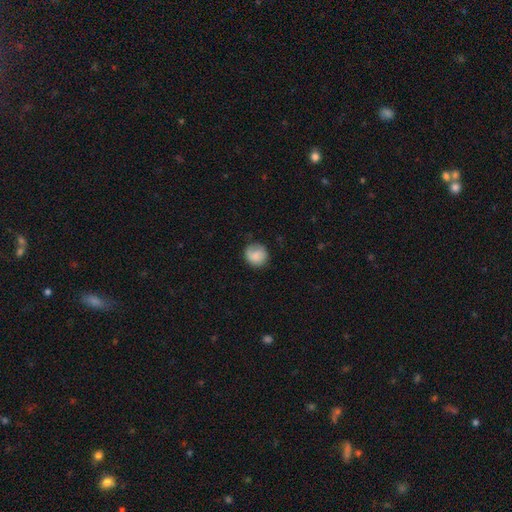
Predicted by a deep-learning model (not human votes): smooth-or-featured: smooth: 78% | featured or disk: 15% | star or artifact: 7%
  how-rounded: round: 84% | in between: 15% | cigar-shaped: 1%
  merging: none: 72% | minor disturbance: 21% | major disturbance: 6% | merger: 1%